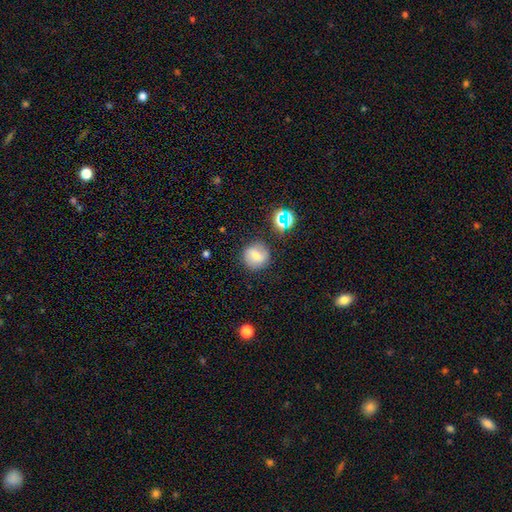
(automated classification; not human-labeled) Q: Smooth or featured?
A: smooth (61%); runner-up: featured or disk (25%)
Q: How rounded?
A: round (91%); runner-up: in between (8%)
Q: Merging?
A: none (82%); runner-up: minor disturbance (12%)